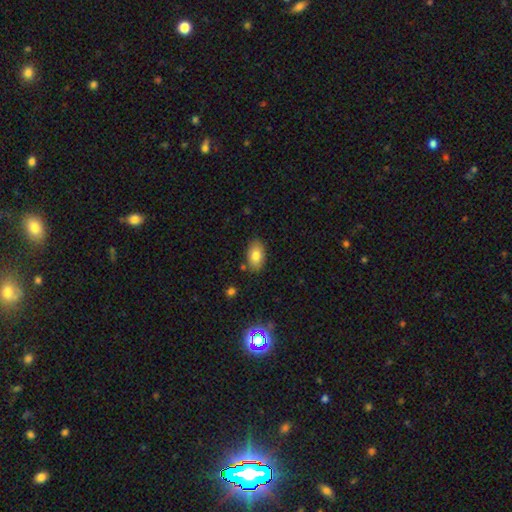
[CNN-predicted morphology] Smooth or featured? Predicted: smooth (p=0.80). How rounded? Predicted: in between (p=0.89). Merging? Predicted: none (p=0.83).